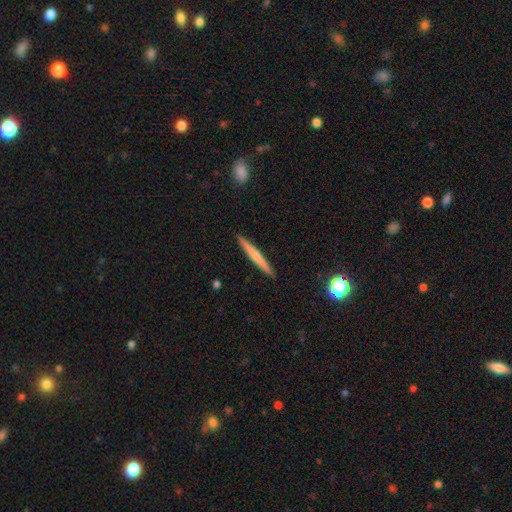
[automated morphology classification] Smooth or featured? Predicted: smooth (p=0.59). How rounded? Predicted: cigar-shaped (p=0.96). Merging? Predicted: none (p=0.92).